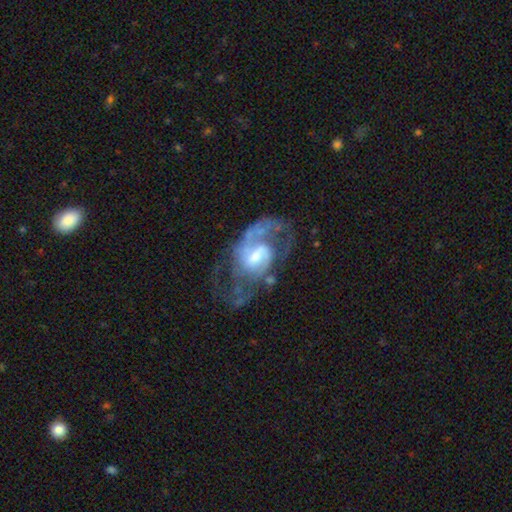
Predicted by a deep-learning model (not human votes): Smooth or featured? Predicted: featured or disk (p=0.82). Edge-on disk? Predicted: no (p=0.97). Bar? Predicted: weak (p=0.53). Spiral arms? Predicted: yes (p=0.88). Spiral winding? Predicted: medium (p=0.47). Spiral arm count? Predicted: 2 (p=0.53). Bulge size? Predicted: moderate (p=0.42). Merging? Predicted: none (p=0.47).